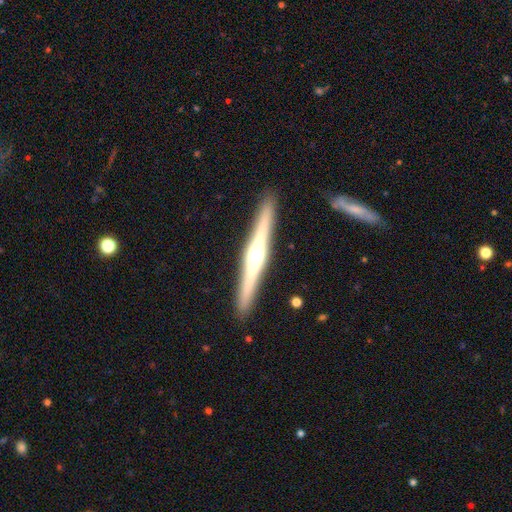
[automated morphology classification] A featured or disk galaxy (78%) viewed edge-on (98%) with a rounded central bulge (88%).

Vote fractions:
- Smooth or featured? featured or disk: 78% / smooth: 17% / star or artifact: 5%
- Edge-on disk? yes: 98% / no: 2%
- Edge-on bulge? rounded: 88% / boxy: 7% / none: 5%
- Merging? none: 92% / minor disturbance: 6% / merger: 1% / major disturbance: 1%